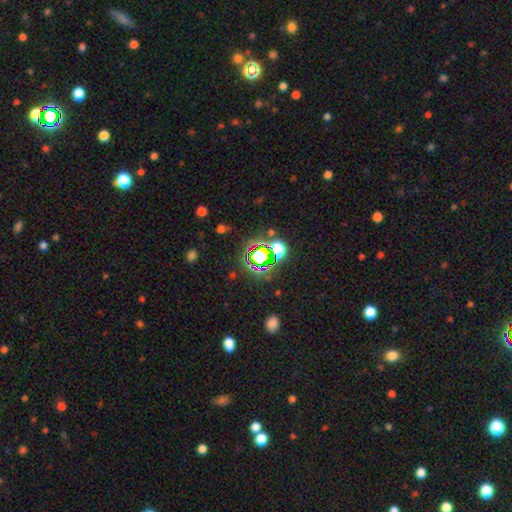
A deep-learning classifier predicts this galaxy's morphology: This appears to be a star or artifact, not a galaxy (70%).